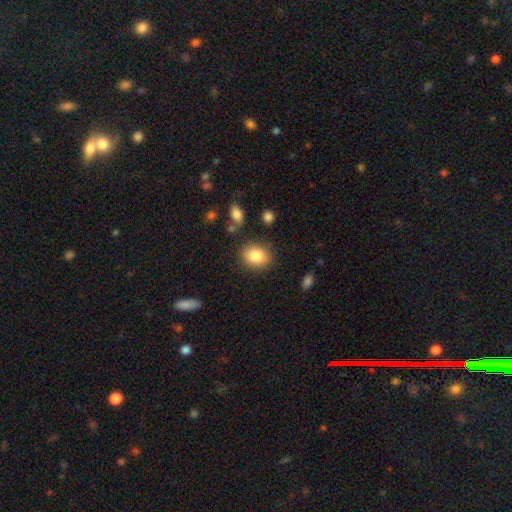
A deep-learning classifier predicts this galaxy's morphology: Smooth or featured? Predicted: smooth (p=0.84). How rounded? Predicted: round (p=0.51). Merging? Predicted: none (p=0.83).